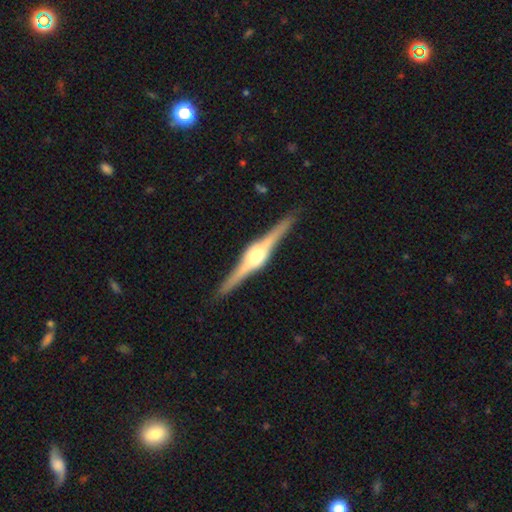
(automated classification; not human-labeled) Morphology: type=featured or disk (87%); edge-on=yes (98%); edge-on bulge=rounded (88%); merging=none (91%).